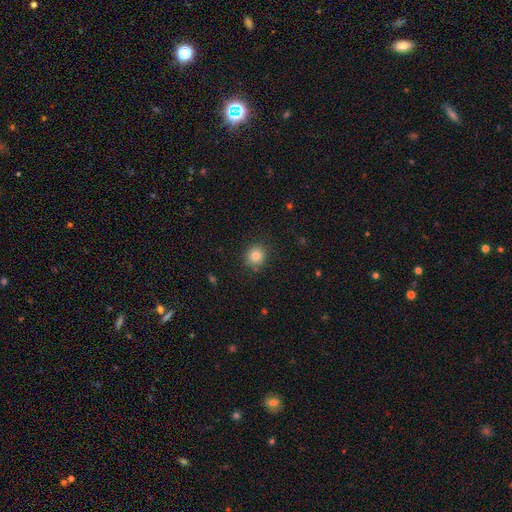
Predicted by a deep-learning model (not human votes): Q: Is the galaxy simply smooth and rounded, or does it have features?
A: smooth — 82%.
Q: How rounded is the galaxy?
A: round — 87%.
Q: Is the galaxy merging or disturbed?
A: none — 87%.